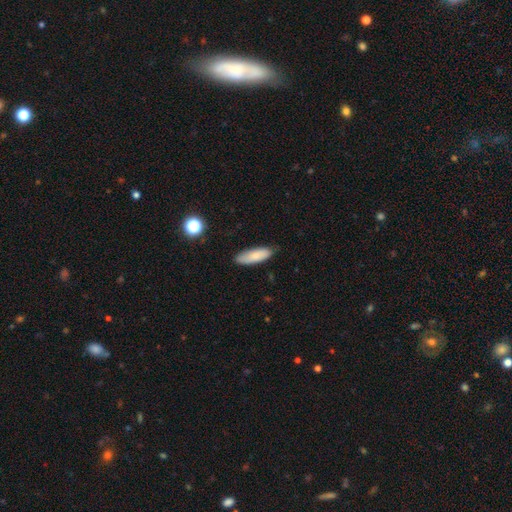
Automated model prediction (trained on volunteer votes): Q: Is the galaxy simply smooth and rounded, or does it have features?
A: smooth — 80%.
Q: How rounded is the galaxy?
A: in between — 57%.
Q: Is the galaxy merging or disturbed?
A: none — 79%.